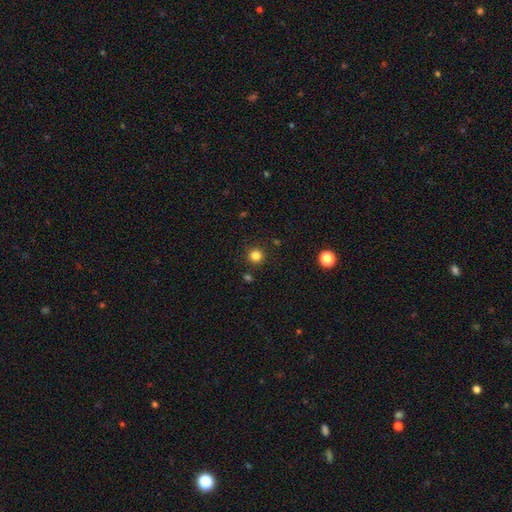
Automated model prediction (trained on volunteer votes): A smooth galaxy with no disk features (83%) that is round (95%). Merging: none (90%).